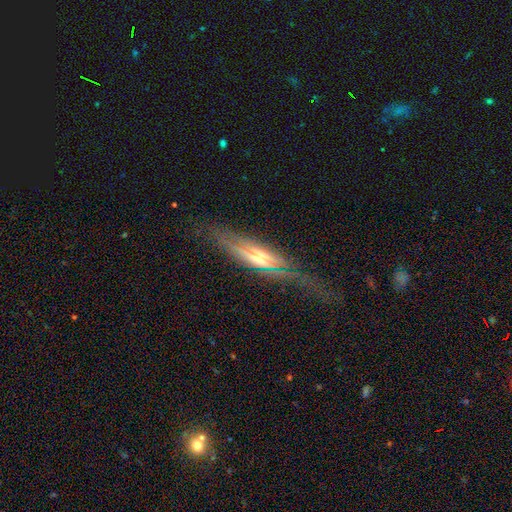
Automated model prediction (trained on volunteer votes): Overall: featured or disk (71%). Edge-on disk: yes (84%). Edge-on bulge: rounded (67%). Merging: none (56%; minor disturbance 25%).